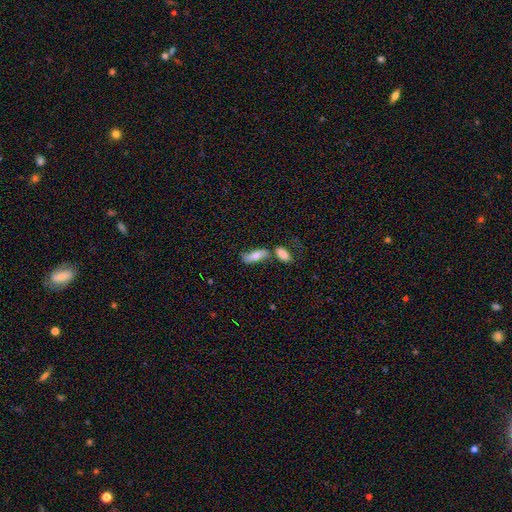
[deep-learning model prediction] smooth-or-featured: smooth: 68% | featured or disk: 25% | star or artifact: 7%
  how-rounded: in between: 63% | cigar-shaped: 34% | round: 3%
  merging: none: 47% | merger: 28% | minor disturbance: 18% | major disturbance: 7%